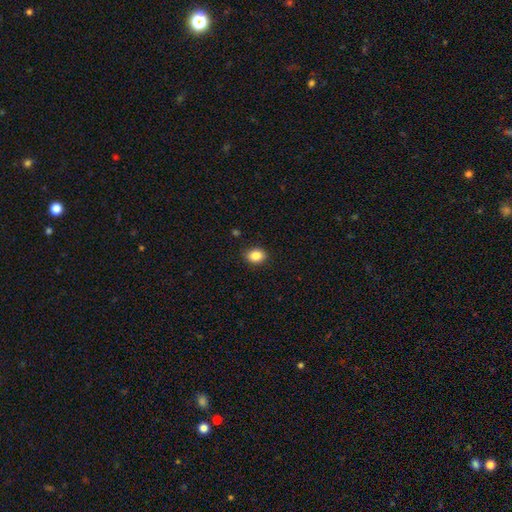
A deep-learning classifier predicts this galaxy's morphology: Smooth or featured? Predicted: smooth (p=0.86). How rounded? Predicted: in between (p=0.50). Merging? Predicted: none (p=0.89).